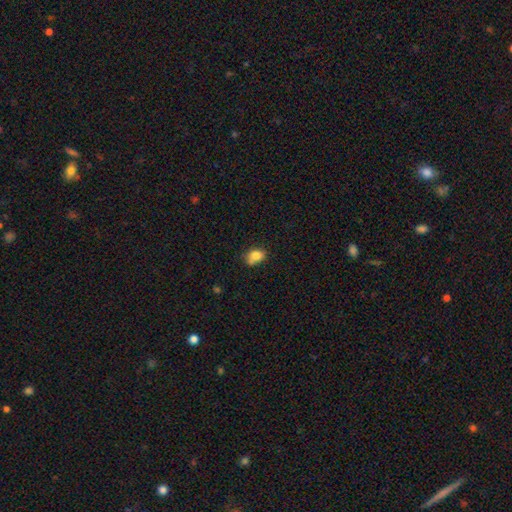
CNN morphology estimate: Smooth or featured: smooth — 81% (star or artifact — 10%)
How rounded: in between — 68% (round — 31%)
Merging: none — 55% (minor disturbance — 31%)